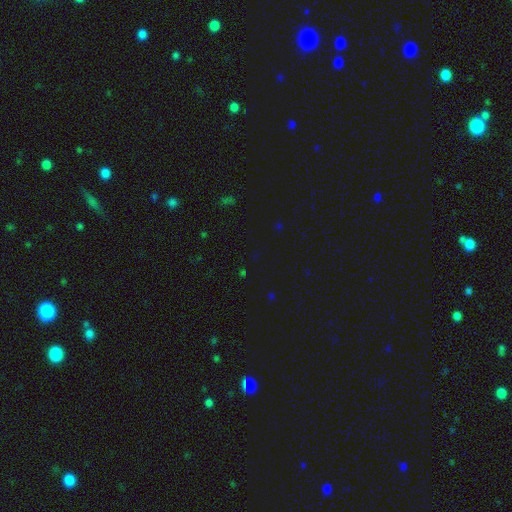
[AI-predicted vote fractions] smooth_or_featured: star or artifact (p=0.69) [alt: smooth p=0.23]